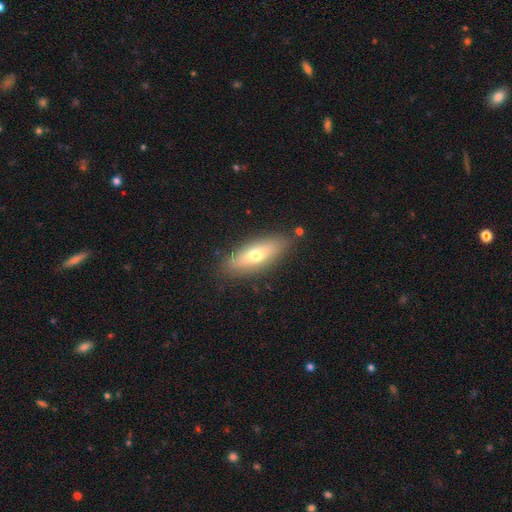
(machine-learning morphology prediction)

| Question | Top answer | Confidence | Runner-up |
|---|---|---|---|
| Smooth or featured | smooth | 62% | featured or disk (31%) |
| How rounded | in between | 64% | cigar-shaped (34%) |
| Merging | none | 83% | minor disturbance (12%) |